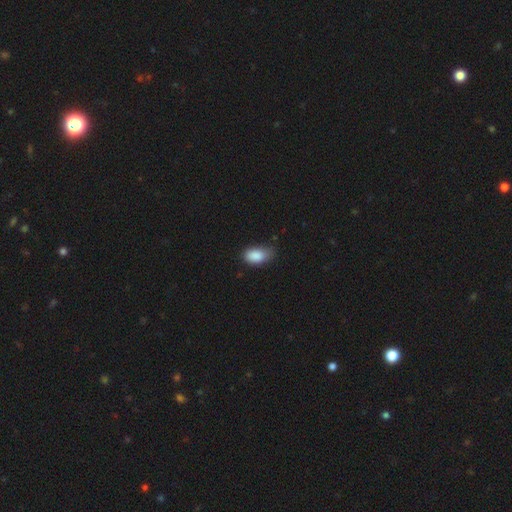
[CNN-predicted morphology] A smooth galaxy with no disk features (87%) that is in between round and cigar-shaped (92%). Merging: none (53%).